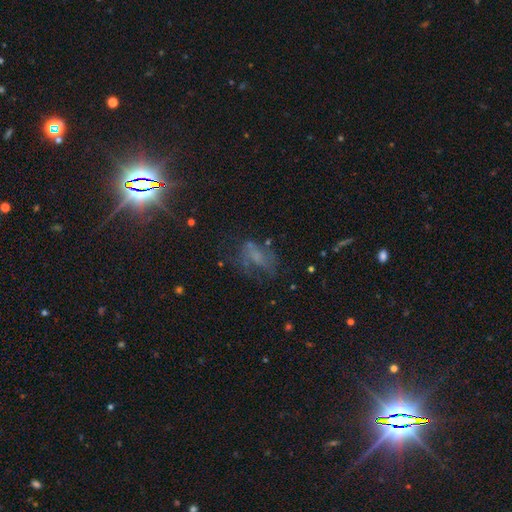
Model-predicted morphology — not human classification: The model was most divided on "smooth or featured": featured or disk: 38%, smooth: 36%, star or artifact: 26%. Remaining: merging — none (42%).